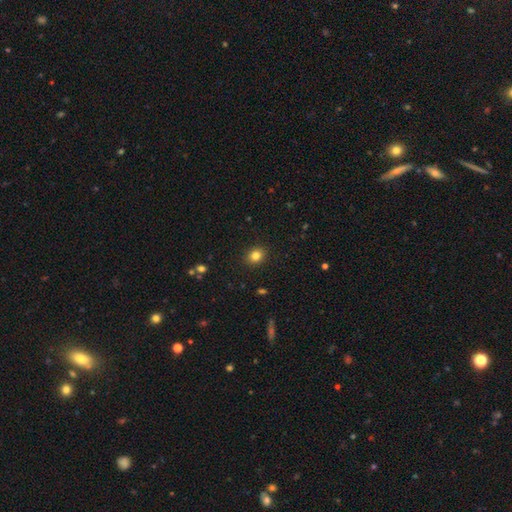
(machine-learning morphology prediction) smooth-or-featured: smooth: 82% | star or artifact: 12% | featured or disk: 6%
  how-rounded: round: 60% | in between: 39% | cigar-shaped: 1%
  merging: none: 90% | minor disturbance: 7% | major disturbance: 2% | merger: 1%